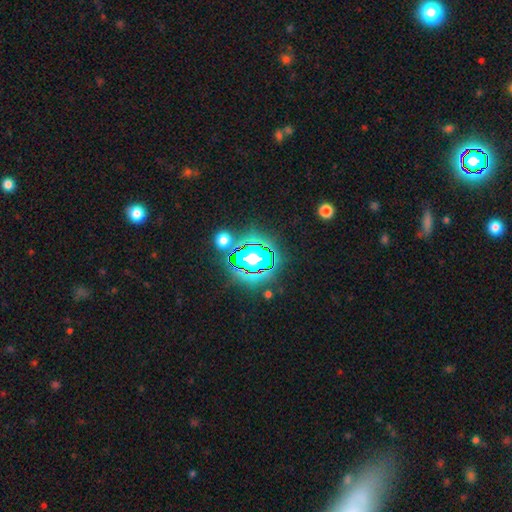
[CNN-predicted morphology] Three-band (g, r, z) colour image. It shows a star or artifact, not a galaxy (80%).